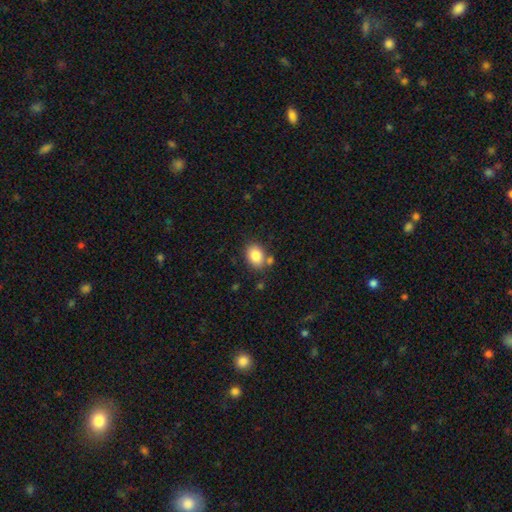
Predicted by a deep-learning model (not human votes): Smooth or featured? Predicted: smooth (p=0.84). How rounded? Predicted: in between (p=0.63). Merging? Predicted: none (p=0.74).